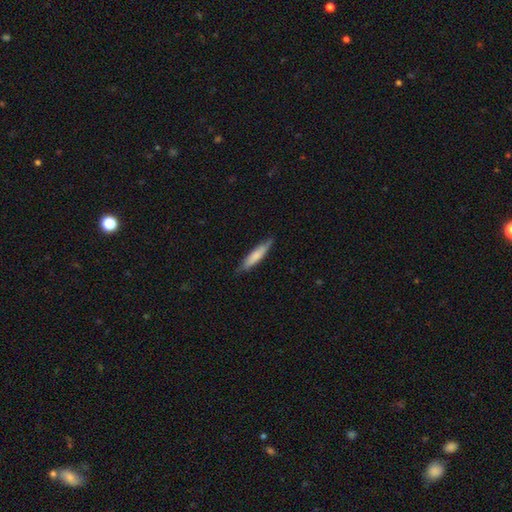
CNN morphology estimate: A smooth galaxy with no disk features (72%) that is cigar-shaped (85%).

Vote fractions:
- Smooth or featured? smooth: 72% / featured or disk: 23% / star or artifact: 5%
- How rounded? cigar-shaped: 85% / in between: 13% / round: 1%
- Merging? none: 81% / minor disturbance: 16% / major disturbance: 2% / merger: 1%